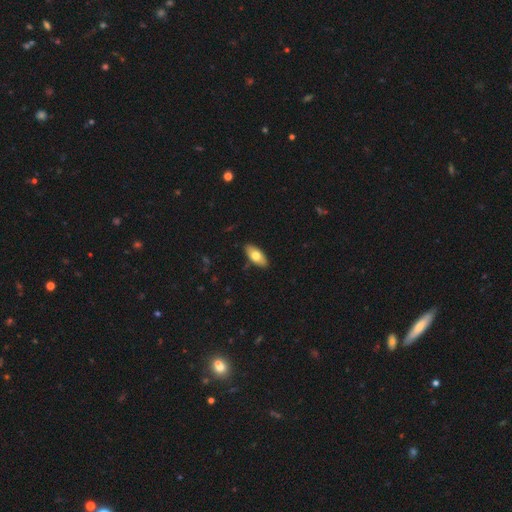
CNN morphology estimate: Overall: smooth (71%). How rounded: in between (88%). Merging: none (87%).